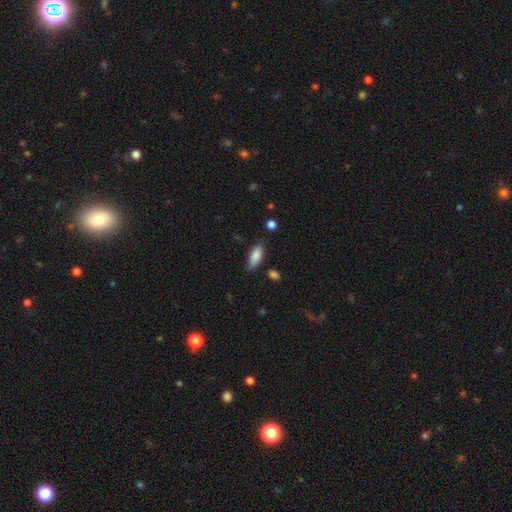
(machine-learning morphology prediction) type=smooth (85%); roundness=in between (81%); merging=none (70%).